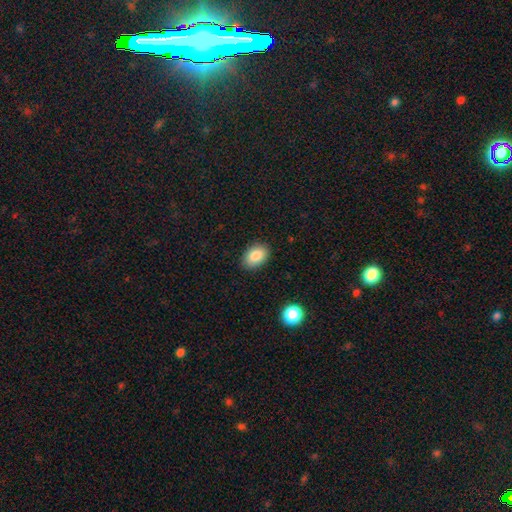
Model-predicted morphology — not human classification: Smooth or featured? Predicted: smooth (p=0.86). How rounded? Predicted: in between (p=0.87). Merging? Predicted: none (p=0.87).